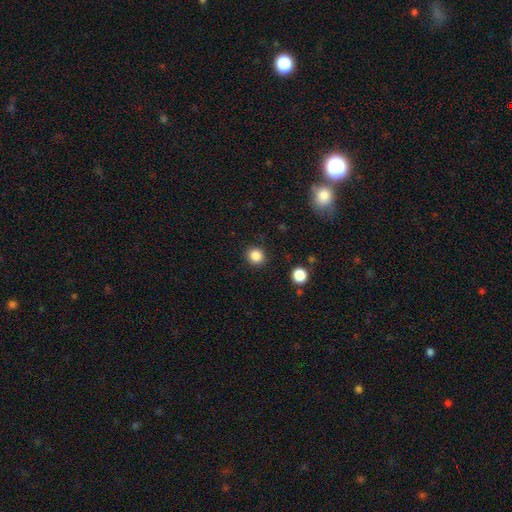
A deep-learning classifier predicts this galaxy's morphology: Overall: smooth (85%). How rounded: round (90%). Merging: none (91%).